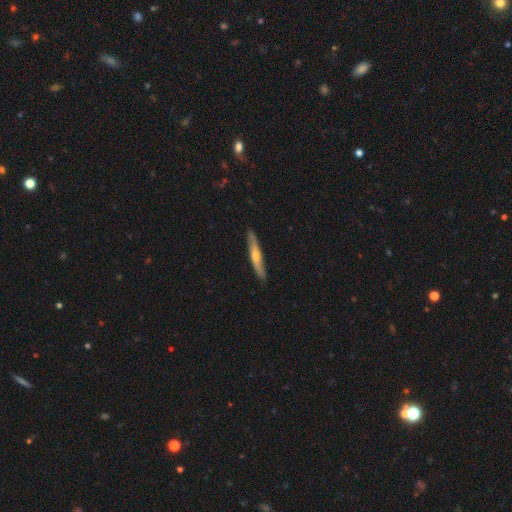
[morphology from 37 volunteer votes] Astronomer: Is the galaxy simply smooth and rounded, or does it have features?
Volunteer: featured or disk — 59% (runner-up: smooth, 41%).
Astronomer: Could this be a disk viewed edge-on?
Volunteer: yes — 91%.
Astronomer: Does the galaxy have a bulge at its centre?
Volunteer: rounded — 75%.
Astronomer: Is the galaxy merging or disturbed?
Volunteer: none — 86%.